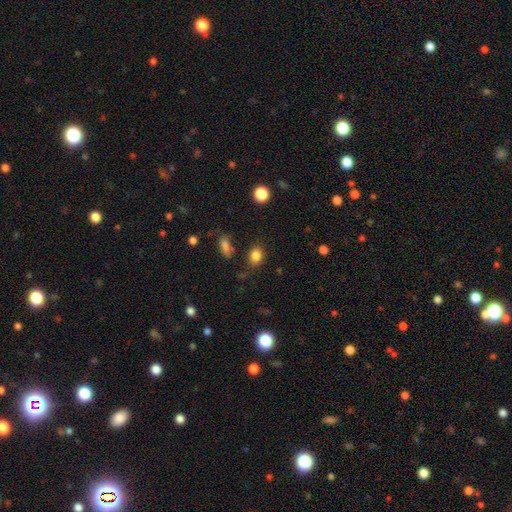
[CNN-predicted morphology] Smooth or featured? Predicted: smooth (p=0.83). How rounded? Predicted: in between (p=0.58). Merging? Predicted: none (p=0.79).